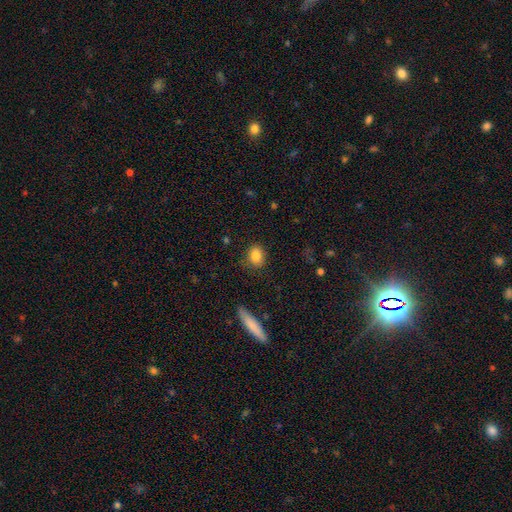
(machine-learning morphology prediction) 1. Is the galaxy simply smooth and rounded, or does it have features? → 85% smooth, 9% star or artifact, 6% featured or disk.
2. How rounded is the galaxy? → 52% in between, 46% round, 2% cigar-shaped.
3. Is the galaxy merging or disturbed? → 83% none, 13% minor disturbance, 3% major disturbance, 1% merger.